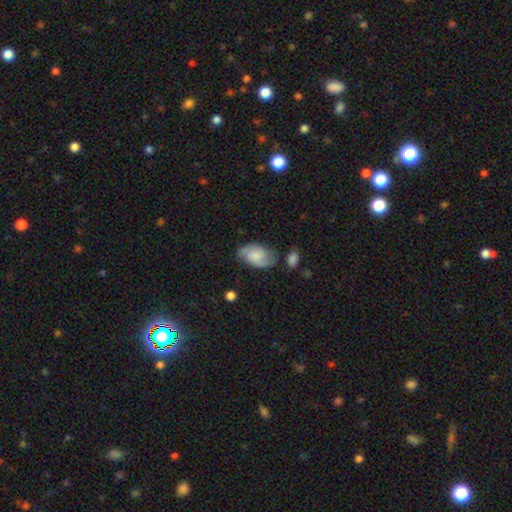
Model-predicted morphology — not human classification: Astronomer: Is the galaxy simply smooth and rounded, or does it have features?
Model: featured or disk — 54% (runner-up: smooth, 39%).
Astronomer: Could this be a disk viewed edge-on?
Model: no — 96%.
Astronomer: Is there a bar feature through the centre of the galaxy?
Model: no — 56% (runner-up: weak, 37%).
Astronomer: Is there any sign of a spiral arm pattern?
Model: yes — 88%.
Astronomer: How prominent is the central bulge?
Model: none — 32% (runner-up: small, 26%).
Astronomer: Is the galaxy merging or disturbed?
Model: none — 64%.